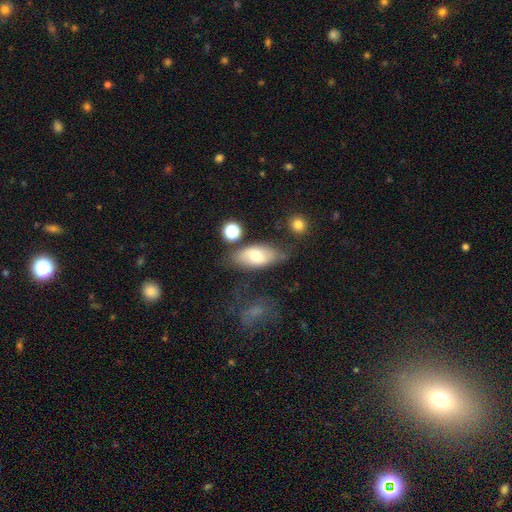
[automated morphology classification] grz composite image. It shows a smooth galaxy with no disk features (67%) that is in between round and cigar-shaped (88%). Merging: none (66%).